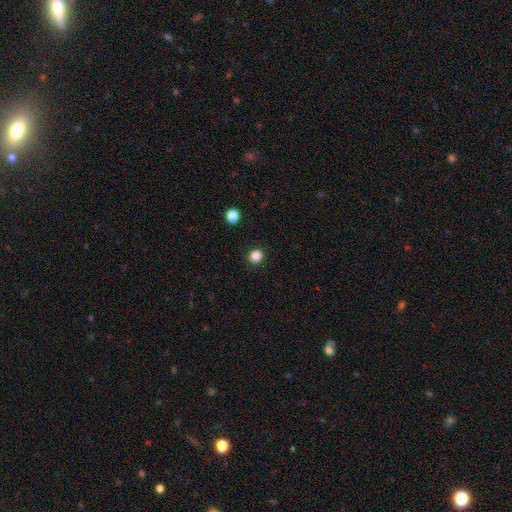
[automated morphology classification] Smooth or featured? smooth (84%)
How rounded? round (90%)
Merging? none (92%)